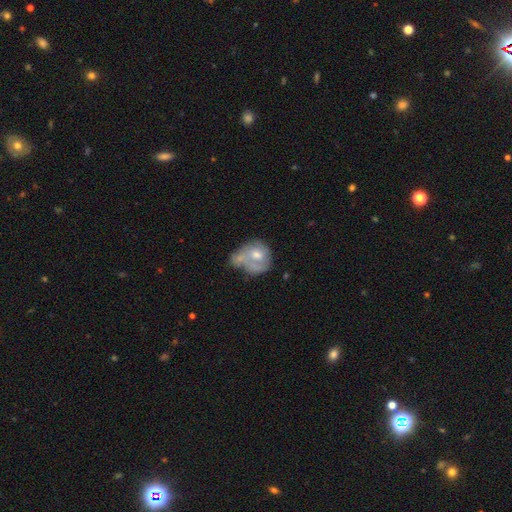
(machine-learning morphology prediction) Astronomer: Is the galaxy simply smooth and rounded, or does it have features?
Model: smooth — 49% (runner-up: featured or disk, 44%).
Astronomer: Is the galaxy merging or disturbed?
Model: merger — 35% (runner-up: none, 24%).